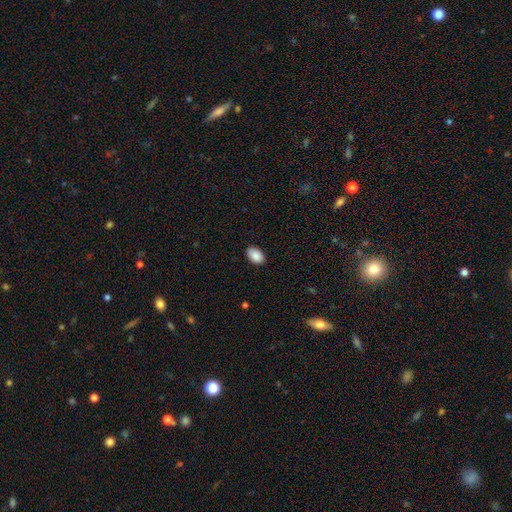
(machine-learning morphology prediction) Smooth or featured?
  - smooth: 90% *
  - star or artifact: 7%
  - featured or disk: 3%
How rounded?
  - in between: 89% *
  - round: 10%
  - cigar-shaped: 1%
Merging?
  - none: 88% *
  - minor disturbance: 9%
  - major disturbance: 2%
  - merger: 1%